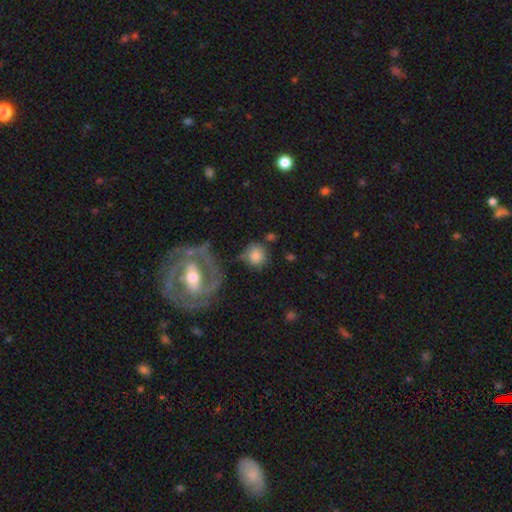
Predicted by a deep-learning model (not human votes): This is likely a smooth galaxy (73%). How rounded: clearly round (86%). Merging: possibly none (57%).